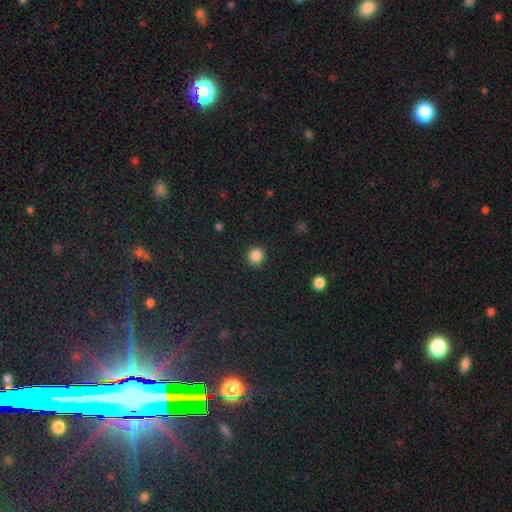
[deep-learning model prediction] A smooth galaxy with no disk features (86%) that is round (94%).

Vote fractions:
- Smooth or featured? smooth: 86% / star or artifact: 11% / featured or disk: 3%
- How rounded? round: 94% / in between: 5% / cigar-shaped: 1%
- Merging? none: 92% / minor disturbance: 5% / major disturbance: 2% / merger: 1%